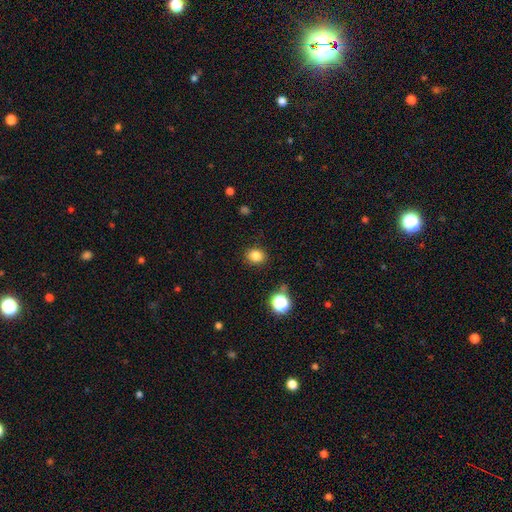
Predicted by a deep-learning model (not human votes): Smooth or featured: smooth — 83% (star or artifact — 12%)
How rounded: round — 62% (in between — 37%)
Merging: none — 87% (minor disturbance — 9%)